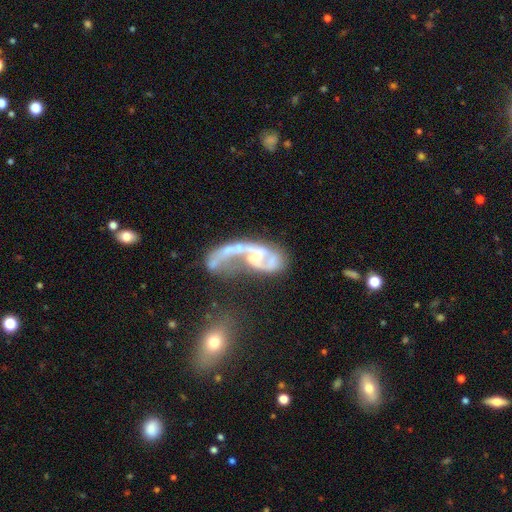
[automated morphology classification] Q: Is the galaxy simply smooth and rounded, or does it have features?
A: featured or disk — 62%.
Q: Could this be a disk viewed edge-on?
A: no — 84%.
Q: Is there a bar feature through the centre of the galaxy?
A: no — 65%.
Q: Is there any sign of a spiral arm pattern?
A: yes — 62%.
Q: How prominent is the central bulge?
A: small — 37%.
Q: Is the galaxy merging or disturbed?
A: merger — 52%.